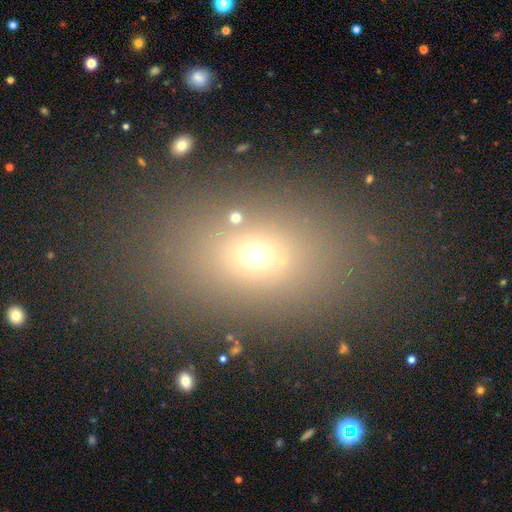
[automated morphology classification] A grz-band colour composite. It shows a smooth galaxy with no disk features (64%) that is in between round and cigar-shaped (71%). Merging: none (80%).